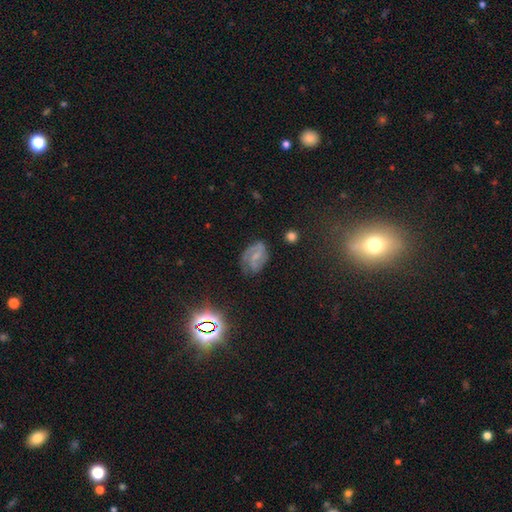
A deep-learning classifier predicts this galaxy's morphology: featured or disk 64%, smooth 23%, star or artifact 13%. Down the decision tree: edge-on disk — no (97%); bar — weak (48%); spiral arms — yes (87%); spiral arm count — 2 (64%); spiral winding — medium (45%); bulge size — small (55%); merging — none (62%).